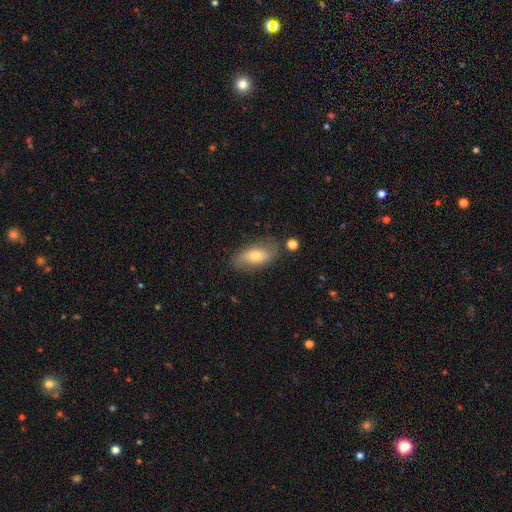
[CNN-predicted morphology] smooth-or-featured: smooth: 47% | featured or disk: 45% | star or artifact: 8%
  merging: none: 73% | minor disturbance: 19% | major disturbance: 6% | merger: 3%